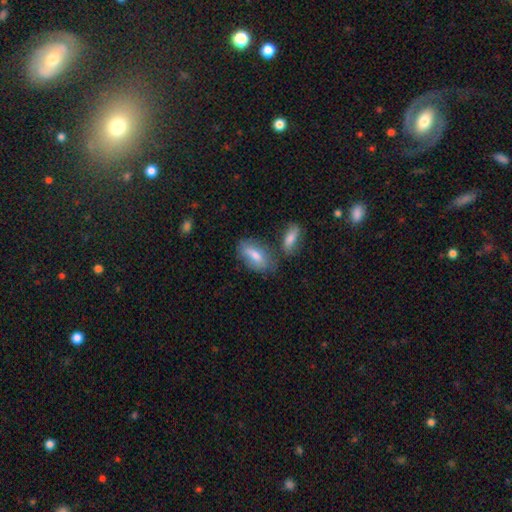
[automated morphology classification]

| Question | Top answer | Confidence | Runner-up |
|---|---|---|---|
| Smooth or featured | smooth | 71% | featured or disk (22%) |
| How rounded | in between | 85% | cigar-shaped (11%) |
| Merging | none | 58% | minor disturbance (20%) |